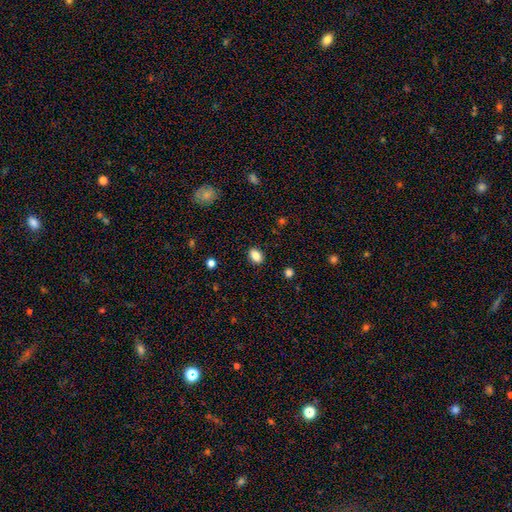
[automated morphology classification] A smooth galaxy with no disk features (85%) that is in between round and cigar-shaped (80%). Merging: none (88%).